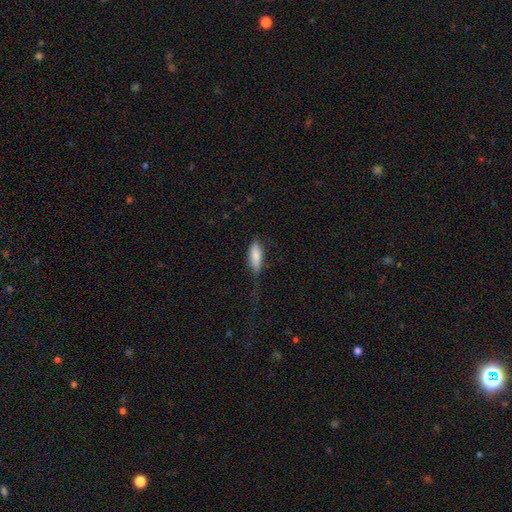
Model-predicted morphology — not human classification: The model was most divided on "merging": none: 47%, minor disturbance: 31%, major disturbance: 19%, merger: 2%. More confident: smooth or featured — smooth (81%); how rounded — in between (64%).